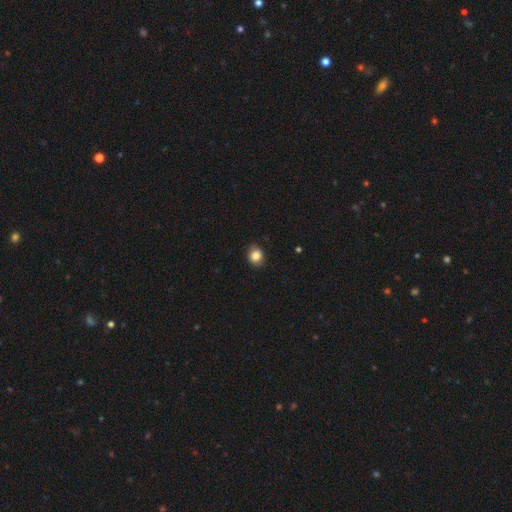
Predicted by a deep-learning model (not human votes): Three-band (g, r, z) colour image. It shows a smooth galaxy with no disk features (84%) that is round (62%). Merging: none (85%).